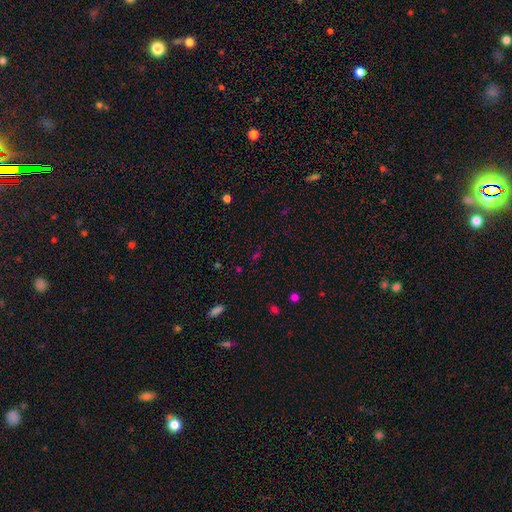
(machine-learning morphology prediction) smooth-or-featured: star or artifact: 51% | smooth: 41% | featured or disk: 8%